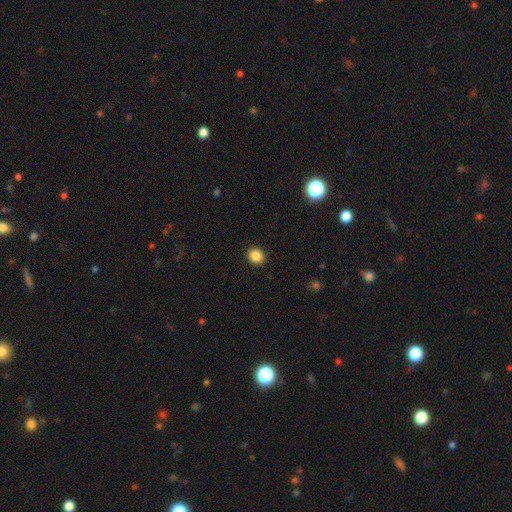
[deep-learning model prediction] Smooth or featured? Predicted: smooth (p=0.87). How rounded? Predicted: round (p=0.73). Merging? Predicted: none (p=0.92).